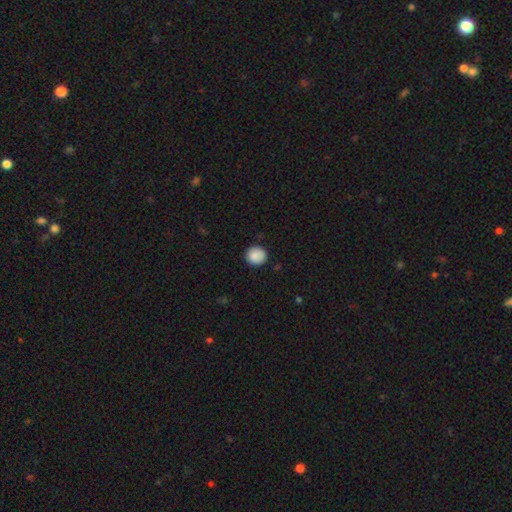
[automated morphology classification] Overall: smooth (88%). How rounded: round (89%). Merging: none (88%).